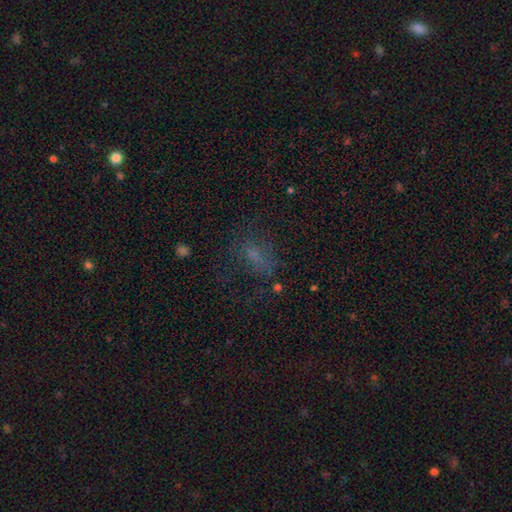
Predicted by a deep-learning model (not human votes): Smooth or featured?
  - smooth: 49% *
  - star or artifact: 29%
  - featured or disk: 22%
Merging?
  - none: 53% *
  - major disturbance: 23%
  - minor disturbance: 20%
  - merger: 3%